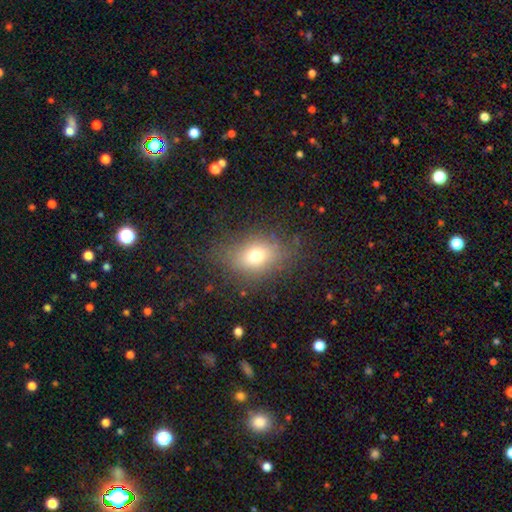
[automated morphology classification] Q: Smooth or featured?
A: smooth (69%); runner-up: featured or disk (16%)
Q: How rounded?
A: in between (63%); runner-up: round (35%)
Q: Merging?
A: none (73%); runner-up: minor disturbance (17%)